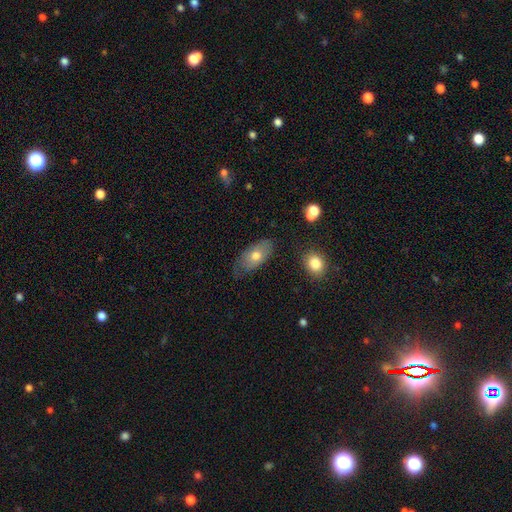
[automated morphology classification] This is likely a smooth galaxy (67%). How rounded: clearly in between (90%). Merging: likely none (66%).